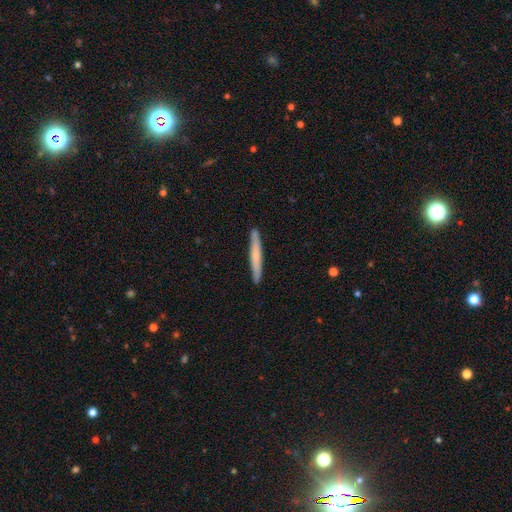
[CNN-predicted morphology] The model was most divided on "smooth or featured": smooth: 58%, featured or disk: 37%, star or artifact: 5%. More confident: how rounded — cigar-shaped (96%); merging — none (91%).